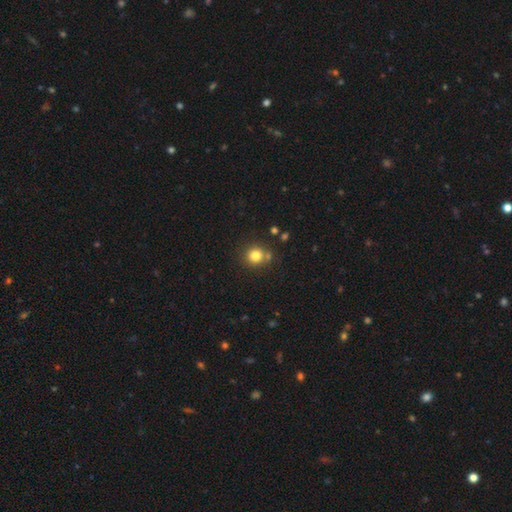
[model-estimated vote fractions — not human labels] smooth 80%, star or artifact 13%, featured or disk 7%. Down the decision tree: how rounded — round (90%); merging — none (75%).